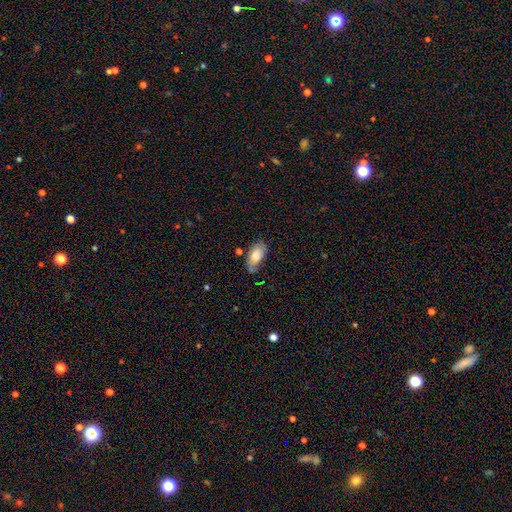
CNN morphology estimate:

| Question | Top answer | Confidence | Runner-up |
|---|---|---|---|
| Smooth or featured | smooth | 75% | featured or disk (18%) |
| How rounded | in between | 92% | cigar-shaped (5%) |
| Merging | none | 57% | minor disturbance (30%) |